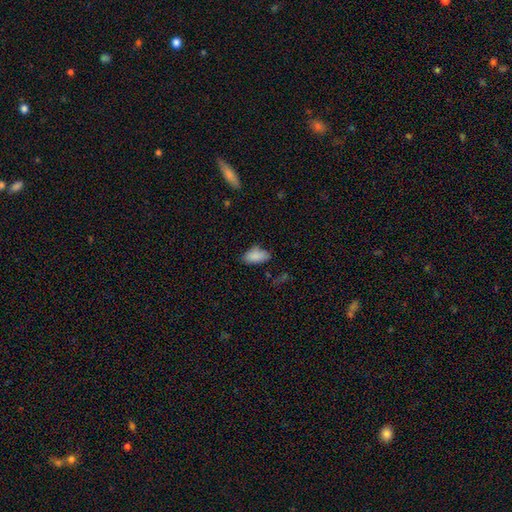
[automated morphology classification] Smooth or featured? smooth (87%)
How rounded? in between (93%)
Merging? none (70%)